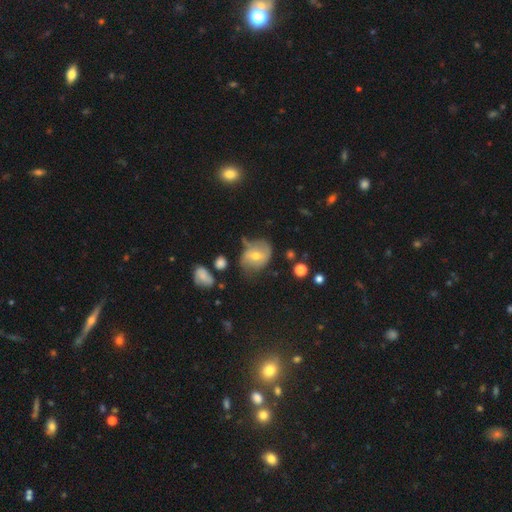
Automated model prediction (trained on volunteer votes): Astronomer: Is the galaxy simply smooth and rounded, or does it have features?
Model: smooth — 46% (runner-up: featured or disk, 45%).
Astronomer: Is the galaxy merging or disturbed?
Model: none — 48% (runner-up: minor disturbance, 33%).